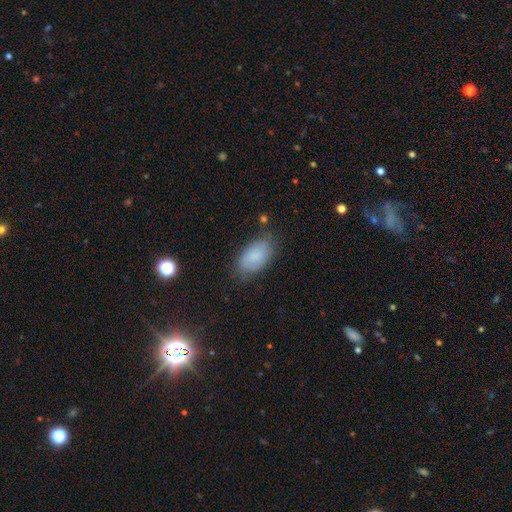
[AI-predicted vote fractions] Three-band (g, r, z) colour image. It shows a smooth galaxy with no disk features (82%) that is in between round and cigar-shaped (93%). Merging: none (74%).